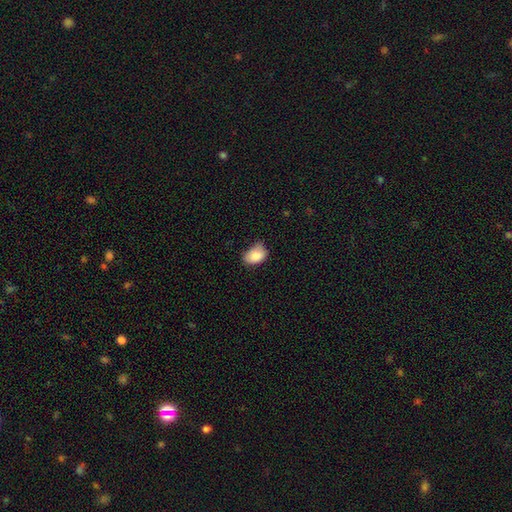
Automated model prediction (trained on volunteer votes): Smooth or featured? smooth (86%)
How rounded? in between (85%)
Merging? none (55%)